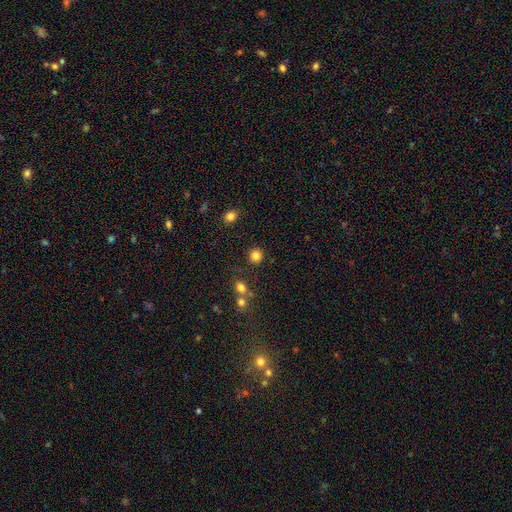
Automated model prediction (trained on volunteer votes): Q: Smooth or featured?
A: smooth (84%); runner-up: star or artifact (12%)
Q: How rounded?
A: round (91%); runner-up: in between (8%)
Q: Merging?
A: none (84%); runner-up: minor disturbance (7%)